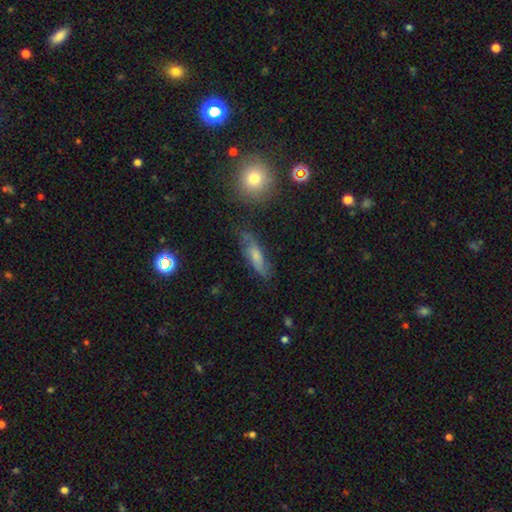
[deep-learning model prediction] Smooth or featured? Predicted: smooth (p=0.45). Merging? Predicted: none (p=0.72).